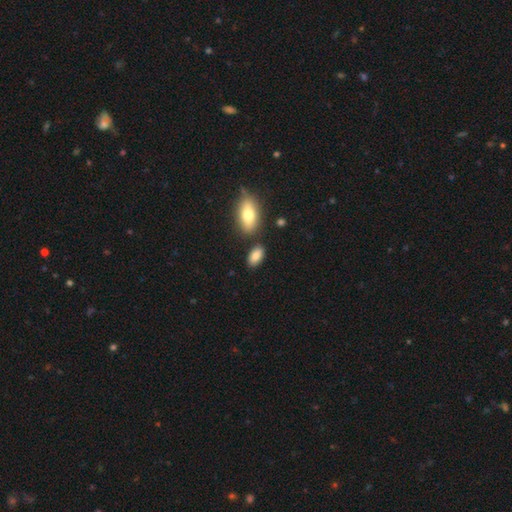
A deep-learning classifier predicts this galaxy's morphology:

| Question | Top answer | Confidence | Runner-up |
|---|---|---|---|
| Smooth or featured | smooth | 83% | featured or disk (9%) |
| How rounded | in between | 92% | round (4%) |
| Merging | none | 78% | minor disturbance (11%) |